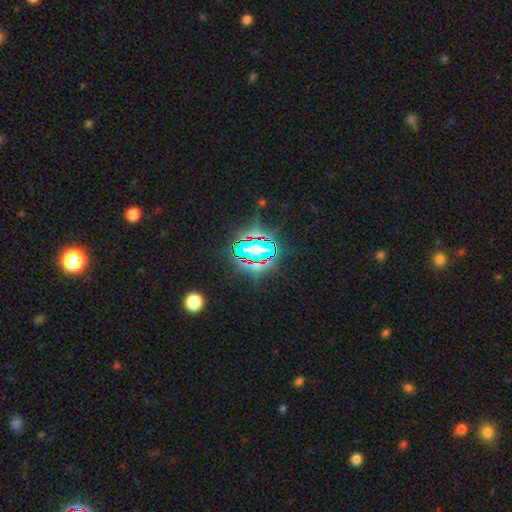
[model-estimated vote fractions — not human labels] A star or artifact, not a galaxy (80%).

Vote fractions:
- Smooth or featured? star or artifact: 80% / smooth: 12% / featured or disk: 8%